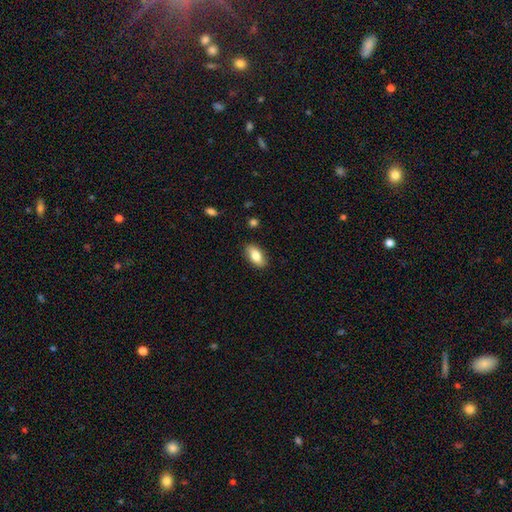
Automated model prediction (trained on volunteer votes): Smooth or featured? Predicted: smooth (p=0.79). How rounded? Predicted: in between (p=0.90). Merging? Predicted: none (p=0.85).